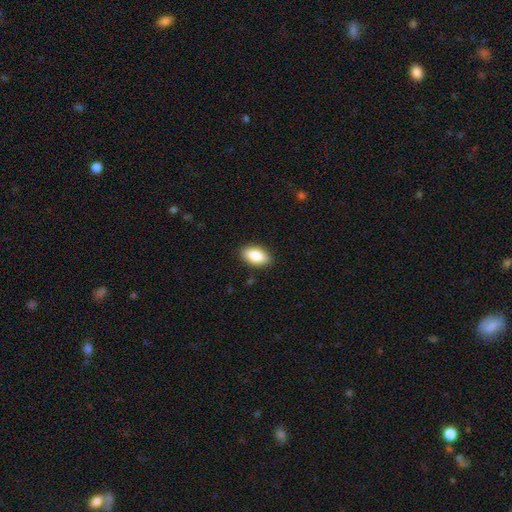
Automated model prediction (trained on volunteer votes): Q: Smooth or featured?
A: smooth (85%); runner-up: featured or disk (8%)
Q: How rounded?
A: in between (92%); runner-up: cigar-shaped (4%)
Q: Merging?
A: none (88%); runner-up: minor disturbance (9%)